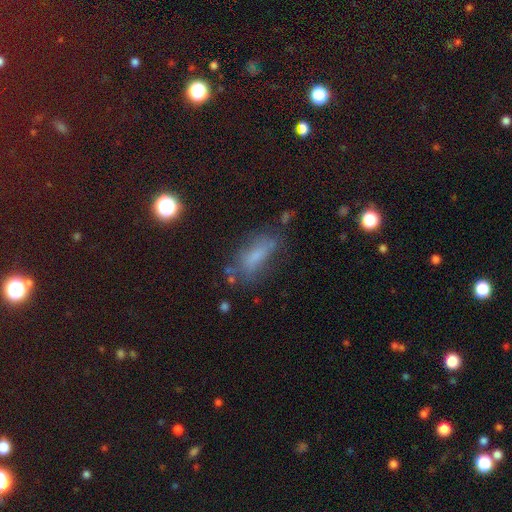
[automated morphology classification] Smooth or featured? smooth (60%)
How rounded? in between (70%)
Merging? none (52%)